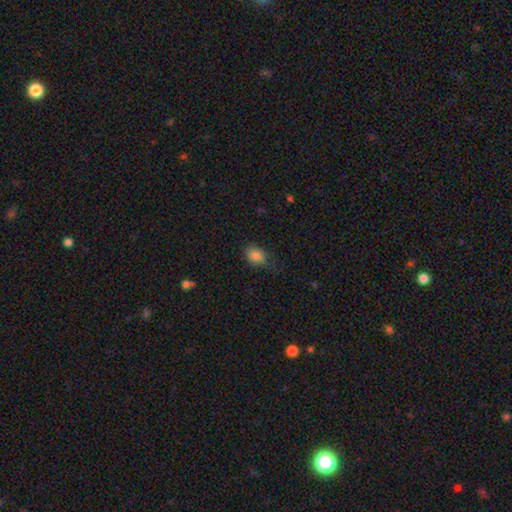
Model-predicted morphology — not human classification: type=smooth (85%); roundness=in between (61%); merging=none (65%).